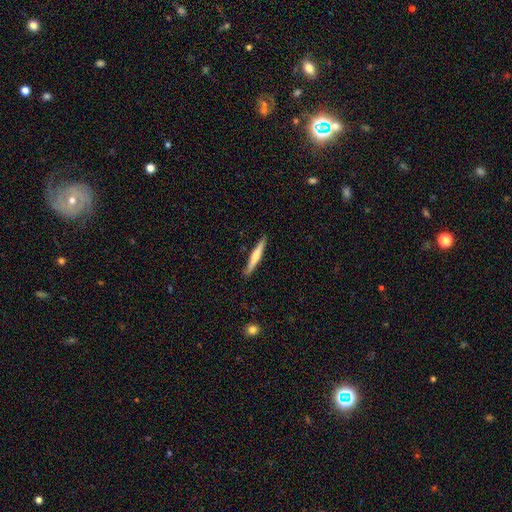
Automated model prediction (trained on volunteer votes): Smooth or featured? Predicted: smooth (p=0.56). How rounded? Predicted: cigar-shaped (p=0.95). Merging? Predicted: none (p=0.88).